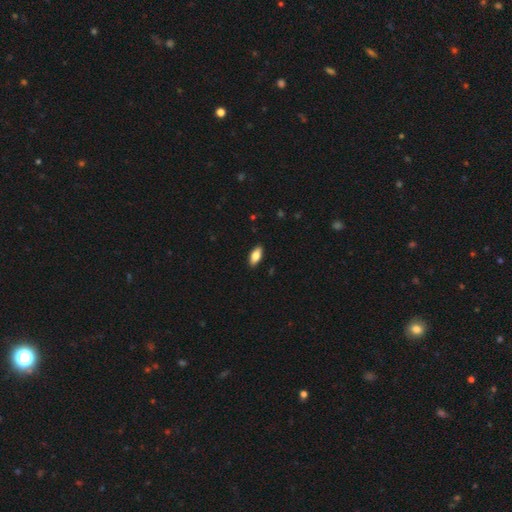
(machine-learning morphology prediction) Q: Smooth or featured?
A: smooth (79%); runner-up: featured or disk (14%)
Q: How rounded?
A: in between (86%); runner-up: cigar-shaped (12%)
Q: Merging?
A: none (89%); runner-up: minor disturbance (8%)